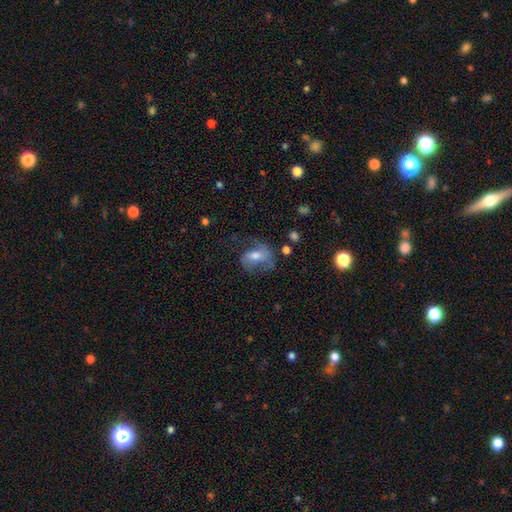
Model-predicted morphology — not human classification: smooth-or-featured: featured or disk: 54% | smooth: 37% | star or artifact: 10%
  disk-edge-on: no: 96% | yes: 4%
    bar: no: 42% | weak: 40% | strong: 18%
    has-spiral-arms: yes: 78% | no: 22%
    bulge-size: moderate: 58% | small: 24% | large: 12% | none: 4% | dominant: 2%
  merging: none: 45% | major disturbance: 29% | minor disturbance: 23% | merger: 3%